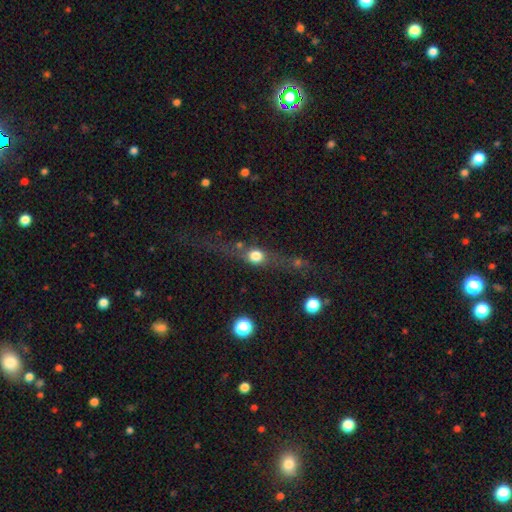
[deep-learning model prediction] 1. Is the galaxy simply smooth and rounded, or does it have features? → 46% smooth, 39% featured or disk, 15% star or artifact.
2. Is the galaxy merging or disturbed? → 58% none, 17% minor disturbance, 16% major disturbance, 9% merger.